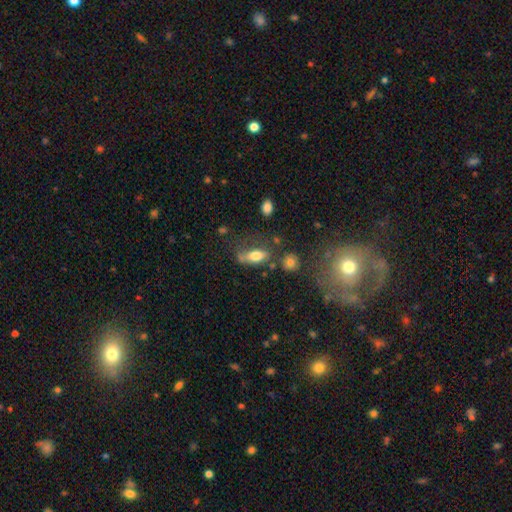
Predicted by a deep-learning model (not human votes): A smooth galaxy with no disk features (70%) that is in between round and cigar-shaped (77%).

Vote fractions:
- Smooth or featured? smooth: 70% / featured or disk: 21% / star or artifact: 9%
- How rounded? in between: 77% / cigar-shaped: 18% / round: 5%
- Merging? none: 47% / minor disturbance: 25% / major disturbance: 18% / merger: 11%